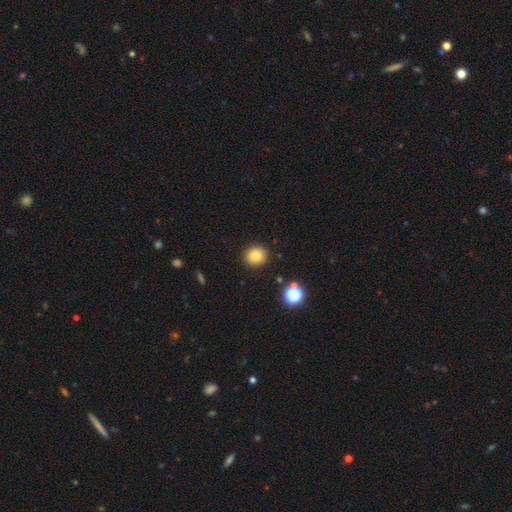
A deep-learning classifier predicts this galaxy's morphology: Smooth or featured: smooth — 83% (star or artifact — 12%)
How rounded: round — 80% (in between — 19%)
Merging: none — 90% (minor disturbance — 7%)